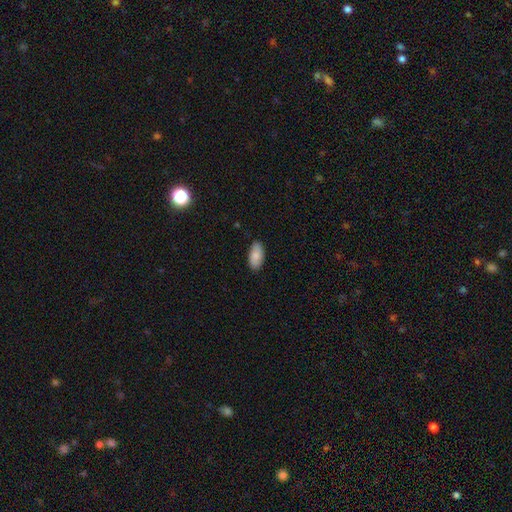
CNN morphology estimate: Q: Smooth or featured?
A: smooth (85%); runner-up: featured or disk (9%)
Q: How rounded?
A: in between (94%); runner-up: cigar-shaped (4%)
Q: Merging?
A: none (86%); runner-up: minor disturbance (11%)